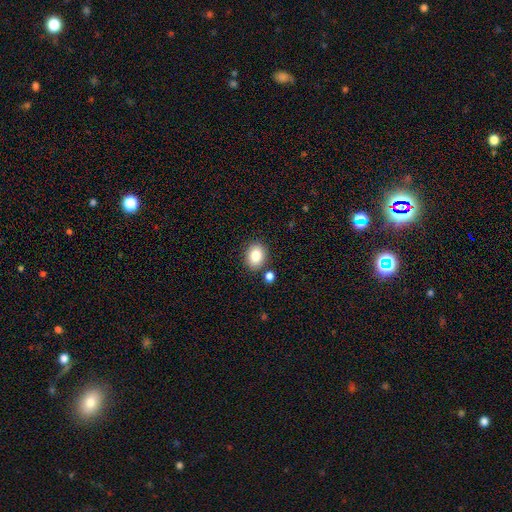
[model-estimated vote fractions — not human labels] smooth-or-featured: smooth: 84% | star or artifact: 9% | featured or disk: 7%
  how-rounded: in between: 59% | round: 40% | cigar-shaped: 1%
  merging: none: 82% | minor disturbance: 10% | merger: 6% | major disturbance: 3%